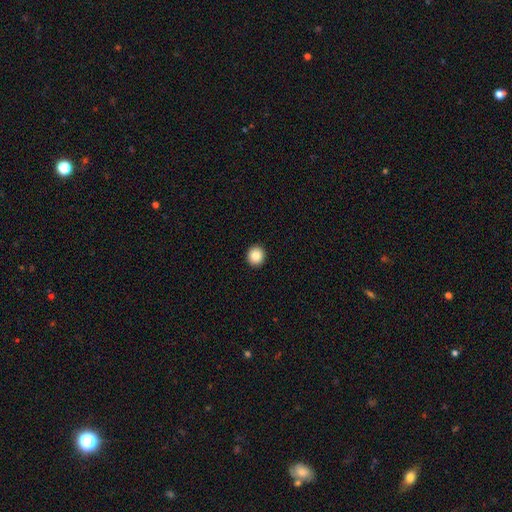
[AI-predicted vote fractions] Smooth or featured: smooth — 86% (star or artifact — 9%)
How rounded: round — 93% (in between — 6%)
Merging: none — 94% (minor disturbance — 4%)